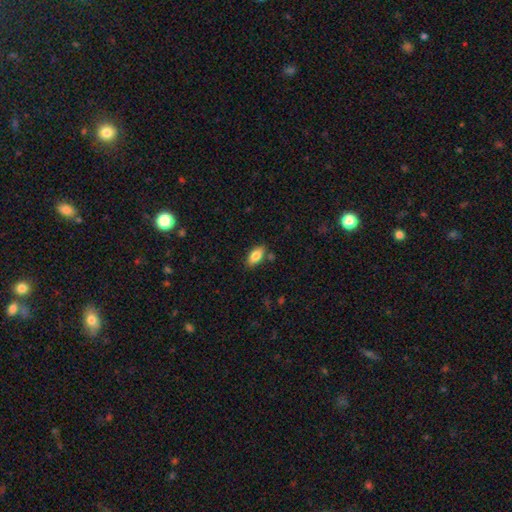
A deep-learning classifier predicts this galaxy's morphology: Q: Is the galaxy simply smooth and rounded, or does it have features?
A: smooth — 83%.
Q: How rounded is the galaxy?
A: in between — 90%.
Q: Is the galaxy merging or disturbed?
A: none — 82%.